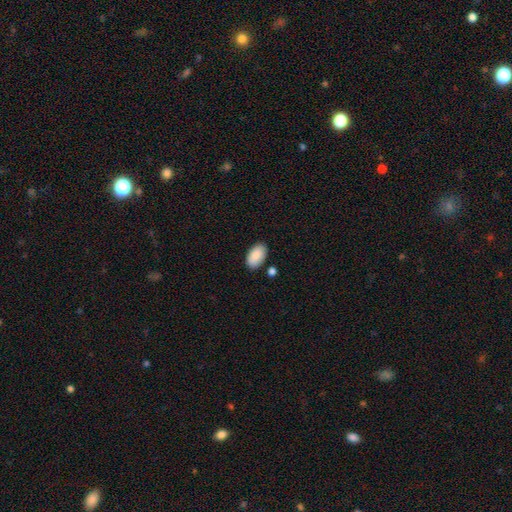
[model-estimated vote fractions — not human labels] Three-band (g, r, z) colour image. It shows a smooth galaxy with no disk features (87%) that is in between round and cigar-shaped (95%). Merging: none (83%).